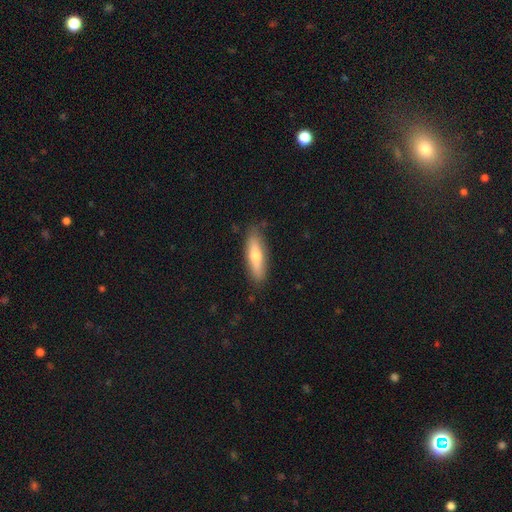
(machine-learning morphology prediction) smooth_or_featured: smooth (p=0.58) [alt: featured or disk p=0.35]
how_rounded: cigar-shaped (p=0.64) [alt: in between p=0.34]
merging: none (p=0.85) [alt: minor disturbance p=0.12]